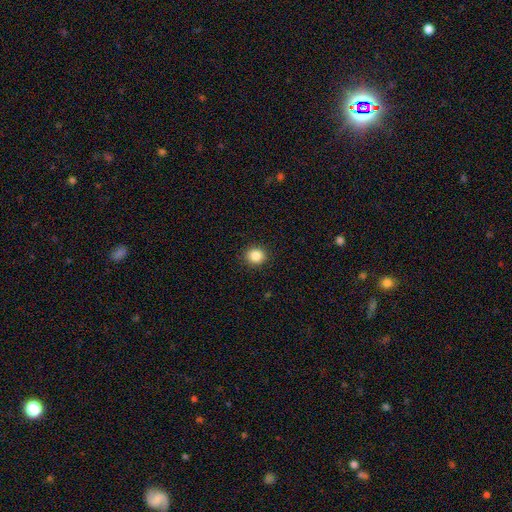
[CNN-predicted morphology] Overall: smooth (86%). How rounded: round (85%). Merging: none (91%).